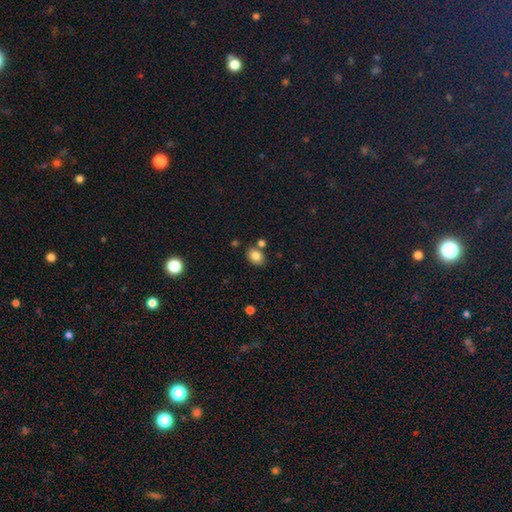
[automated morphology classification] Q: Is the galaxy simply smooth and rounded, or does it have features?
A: smooth — 83%.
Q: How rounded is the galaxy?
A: in between — 72%.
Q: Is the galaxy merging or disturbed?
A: none — 71%.